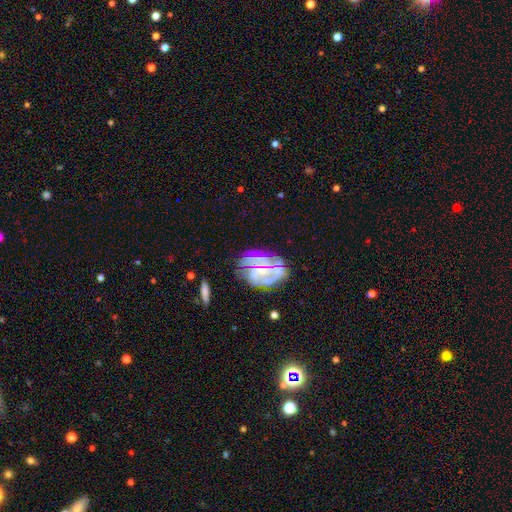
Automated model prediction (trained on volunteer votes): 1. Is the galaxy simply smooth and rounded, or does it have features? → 70% featured or disk, 18% smooth, 12% star or artifact.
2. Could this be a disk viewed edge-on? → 97% no, 3% yes.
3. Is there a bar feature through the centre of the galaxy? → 54% no, 34% weak, 12% strong.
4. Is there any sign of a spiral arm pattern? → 76% yes, 24% no.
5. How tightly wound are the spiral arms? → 51% tight, 36% medium, 13% loose.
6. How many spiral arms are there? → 37% can't tell, 29% 2, 16% 3, 7% 4, 6% 1, 6% more than 4.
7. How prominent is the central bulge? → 50% small, 35% moderate, 9% none, 4% large, 2% dominant.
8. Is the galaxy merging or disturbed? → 60% none, 21% minor disturbance, 13% major disturbance, 5% merger.